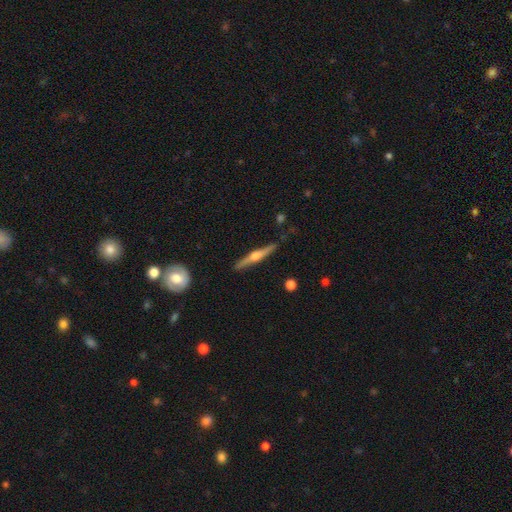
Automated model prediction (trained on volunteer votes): smooth-or-featured: featured or disk: 73% | smooth: 21% | star or artifact: 5%
  disk-edge-on: yes: 98% | no: 2%
    edge-on-bulge: rounded: 90% | boxy: 6% | none: 4%
  merging: none: 86% | minor disturbance: 10% | major disturbance: 2% | merger: 2%